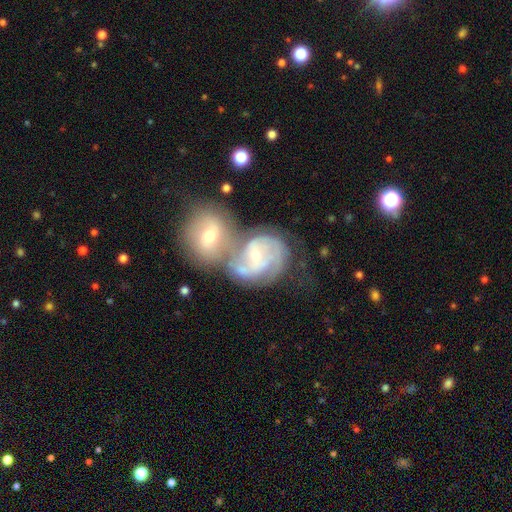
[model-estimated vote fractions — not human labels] Smooth or featured?
  - featured or disk: 79% *
  - smooth: 15%
  - star or artifact: 7%
Edge-on disk?
  - no: 97% *
  - yes: 3%
Bar?
  - no: 51% *
  - weak: 39%
  - strong: 11%
Spiral arms?
  - yes: 92% *
  - no: 8%
Spiral winding?
  - tight: 48% *
  - medium: 41%
  - loose: 11%
Spiral arm count?
  - 2: 33% *
  - 3: 28%
  - can't tell: 25%
  - 4: 6%
  - 1: 4%
  - more than 4: 4%
Bulge size?
  - small: 61% *
  - moderate: 35%
  - none: 2%
  - large: 1%
  - dominant: 1%
Merging?
  - merger: 58% *
  - none: 25%
  - minor disturbance: 10%
  - major disturbance: 7%